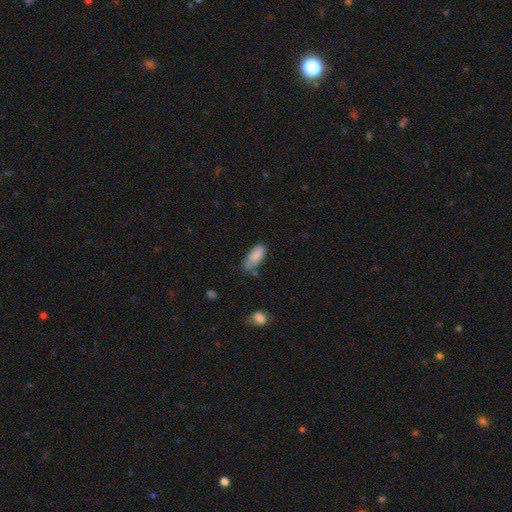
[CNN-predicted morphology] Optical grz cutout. It shows a smooth galaxy with no disk features (86%) that is in between round and cigar-shaped (86%). Merging: none (60%).